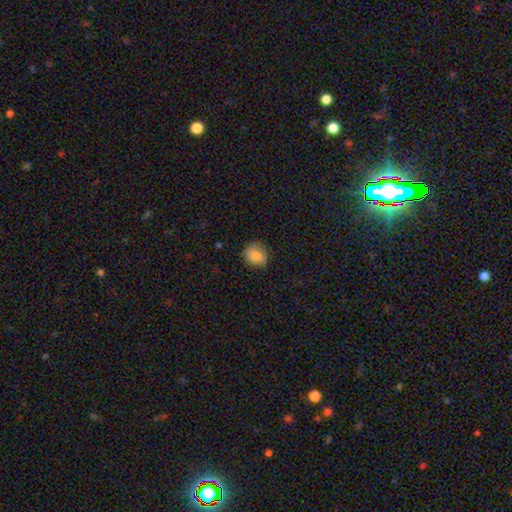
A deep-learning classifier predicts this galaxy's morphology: smooth_or_featured: smooth (p=0.84) [alt: star or artifact p=0.09]
how_rounded: round (p=0.71) [alt: in between p=0.28]
merging: none (p=0.76) [alt: minor disturbance p=0.19]